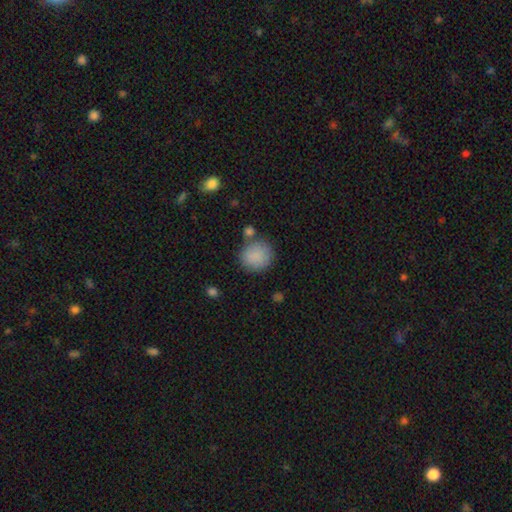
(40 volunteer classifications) Q: Smooth or featured?
A: smooth (100%)
Q: How rounded?
A: round (92%); runner-up: in between (8%)
Q: Merging?
A: none (75%); runner-up: minor disturbance (10%)